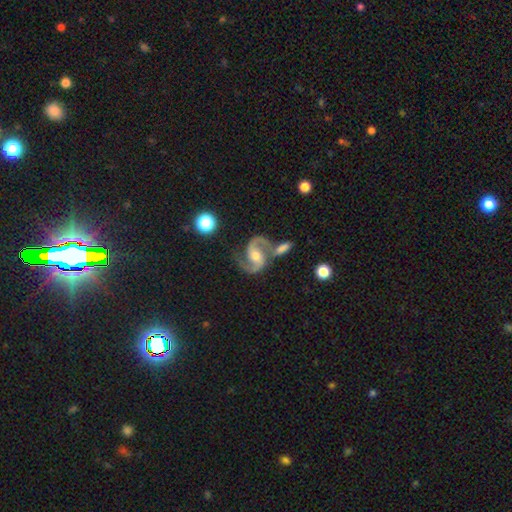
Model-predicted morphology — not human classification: A featured or disk galaxy (92%) with no bar (41%), 2 (94%) medium (61%) spiral arms (98%) and a moderate central bulge (58%). Merging: none (60%).